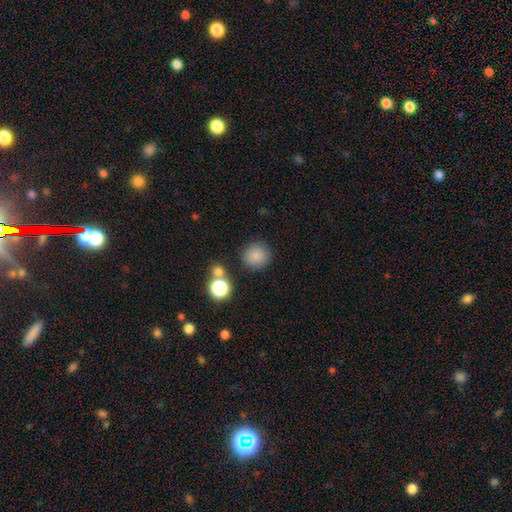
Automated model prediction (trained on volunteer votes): Smooth or featured?
  - smooth: 82% *
  - star or artifact: 12%
  - featured or disk: 5%
How rounded?
  - round: 93% *
  - in between: 6%
  - cigar-shaped: 1%
Merging?
  - none: 84% *
  - minor disturbance: 8%
  - merger: 5%
  - major disturbance: 3%